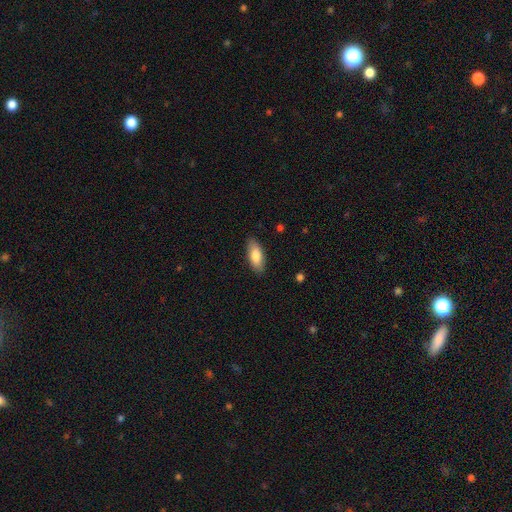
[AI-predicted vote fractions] A smooth galaxy with no disk features (82%) that is in between round and cigar-shaped (83%). Merging: none (87%).